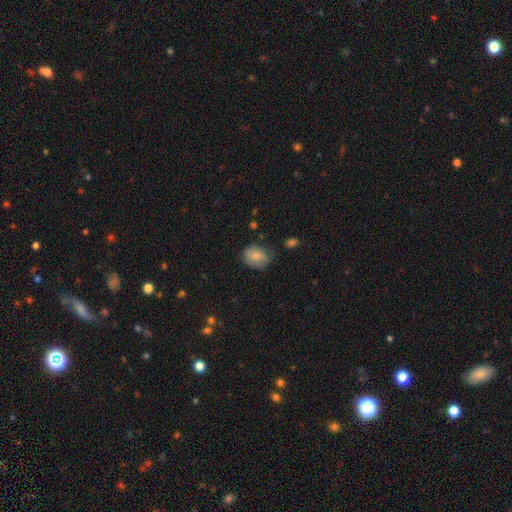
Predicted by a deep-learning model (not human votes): Smooth or featured? Predicted: smooth (p=0.79). How rounded? Predicted: in between (p=0.62). Merging? Predicted: none (p=0.62).